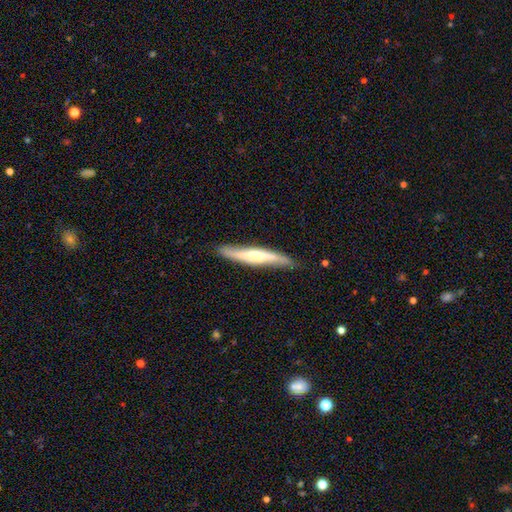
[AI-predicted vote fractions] This appears to be a featured or disk galaxy (57%) viewed edge-on (80%). Merging: none (84%).